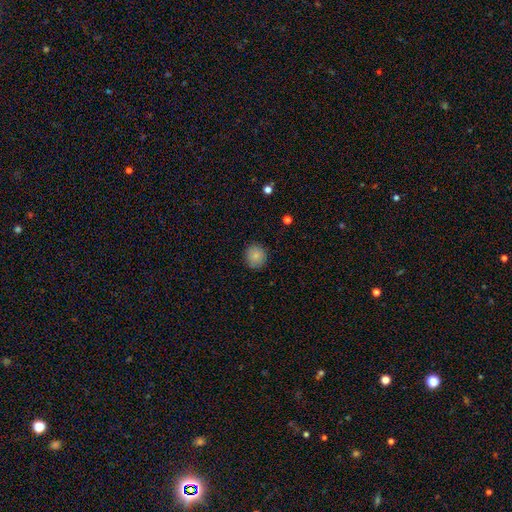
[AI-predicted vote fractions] The model was most divided on "smooth or featured": smooth: 85%, star or artifact: 9%, featured or disk: 6%. More confident: merging — none (89%); how rounded — round (88%).